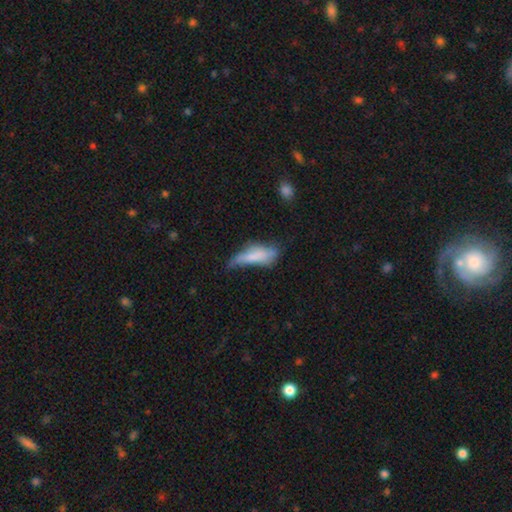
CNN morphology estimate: The model was most divided on "merging": minor disturbance: 36%, major disturbance: 31%, none: 26%, merger: 7%. More confident: smooth or featured — smooth (68%); how rounded — in between (53%).